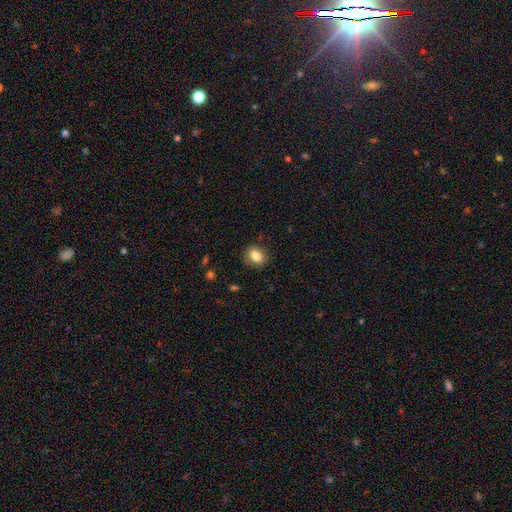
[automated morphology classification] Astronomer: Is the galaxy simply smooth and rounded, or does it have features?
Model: smooth — 84%.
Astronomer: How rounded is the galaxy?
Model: in between — 55% (runner-up: round, 44%).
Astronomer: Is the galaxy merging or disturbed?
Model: none — 85%.